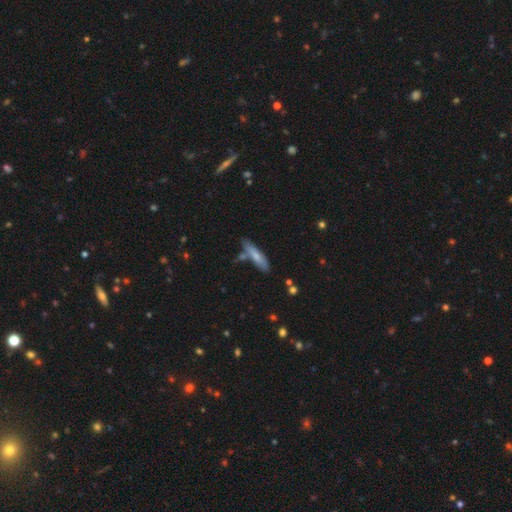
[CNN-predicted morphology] A smooth galaxy with no disk features (67%) that is cigar-shaped (73%). Merging: none (62%).